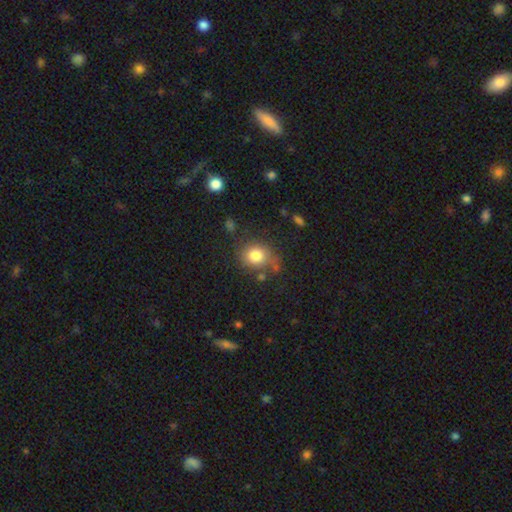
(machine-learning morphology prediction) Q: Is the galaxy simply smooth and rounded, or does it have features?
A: smooth — 80%.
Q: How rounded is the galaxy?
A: round — 73%.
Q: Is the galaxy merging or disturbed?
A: none — 71%.